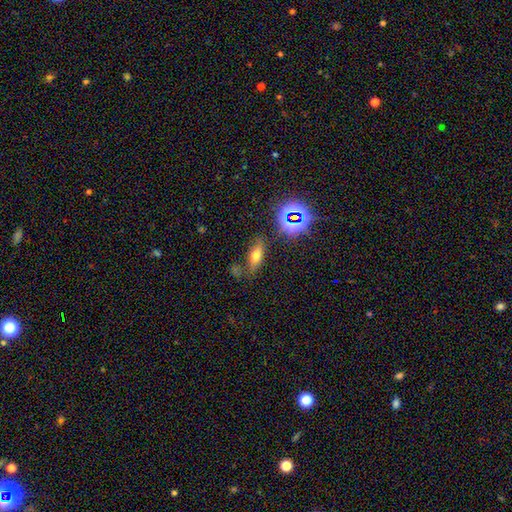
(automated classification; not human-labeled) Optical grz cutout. It shows a smooth galaxy with no disk features (53%) that is in between round and cigar-shaped (59%). Merging: none (71%).